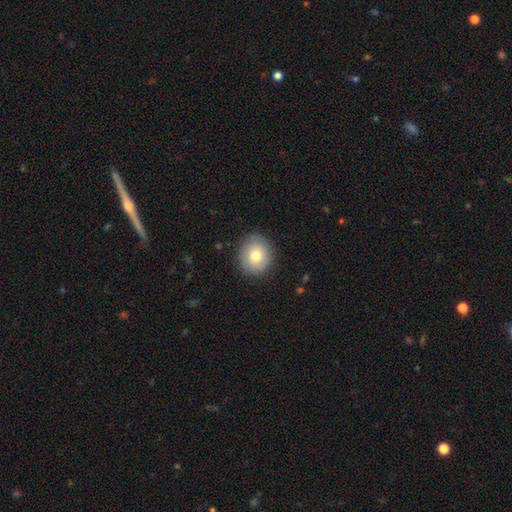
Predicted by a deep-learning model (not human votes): Q: Smooth or featured?
A: smooth (76%); runner-up: featured or disk (16%)
Q: How rounded?
A: round (86%); runner-up: in between (14%)
Q: Merging?
A: none (85%); runner-up: minor disturbance (12%)